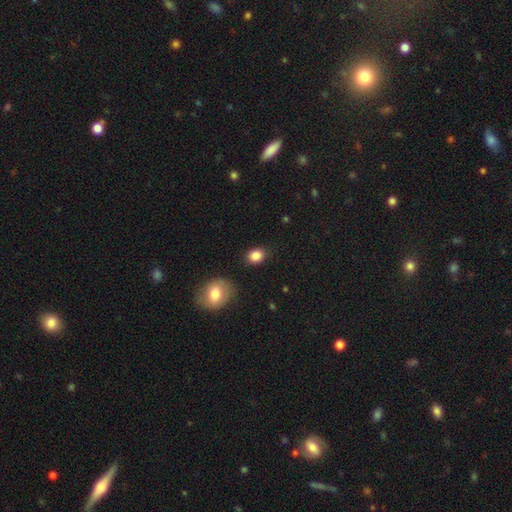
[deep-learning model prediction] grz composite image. It shows a smooth galaxy with no disk features (86%) that is in between round and cigar-shaped (52%). Merging: none (83%).